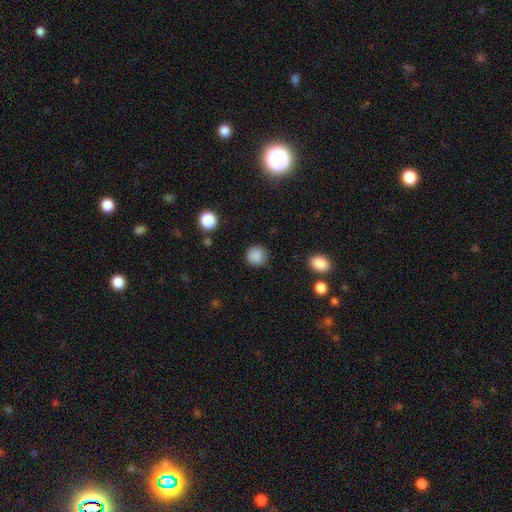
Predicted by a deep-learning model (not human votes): Smooth or featured: smooth — 87% (star or artifact — 10%)
How rounded: round — 93% (in between — 6%)
Merging: none — 87% (minor disturbance — 9%)